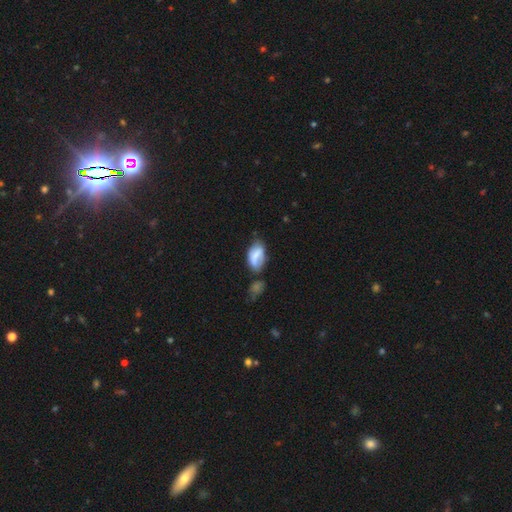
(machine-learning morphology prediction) Smooth or featured?
  - smooth: 65% *
  - featured or disk: 26%
  - star or artifact: 8%
How rounded?
  - in between: 91% *
  - round: 5%
  - cigar-shaped: 4%
Merging?
  - none: 43% *
  - minor disturbance: 29%
  - merger: 16%
  - major disturbance: 12%